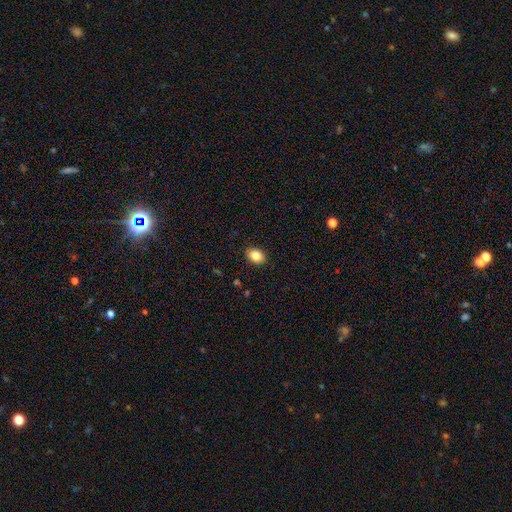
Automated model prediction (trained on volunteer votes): This appears to be a smooth galaxy with no disk features (85%) that is in between round and cigar-shaped (75%). Merging: none (90%).